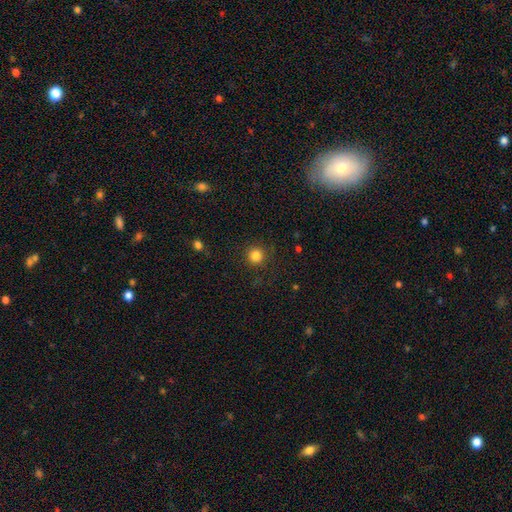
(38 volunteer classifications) smooth 92%, star or artifact 5%, featured or disk 3%. Down the decision tree: how rounded — round (100%); merging — none (81%).